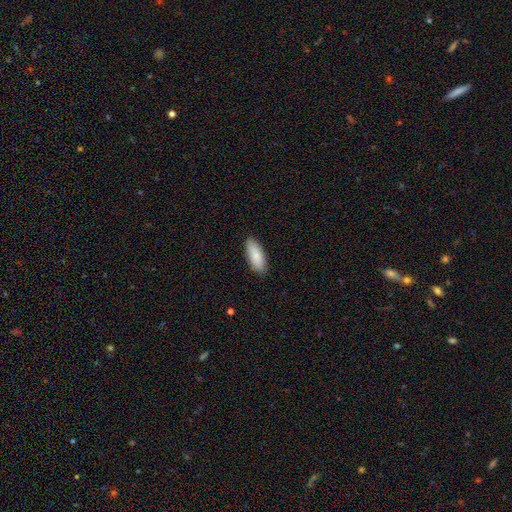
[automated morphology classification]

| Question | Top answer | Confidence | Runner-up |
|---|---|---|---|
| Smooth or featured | smooth | 87% | featured or disk (7%) |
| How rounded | in between | 79% | cigar-shaped (19%) |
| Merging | none | 88% | minor disturbance (9%) |